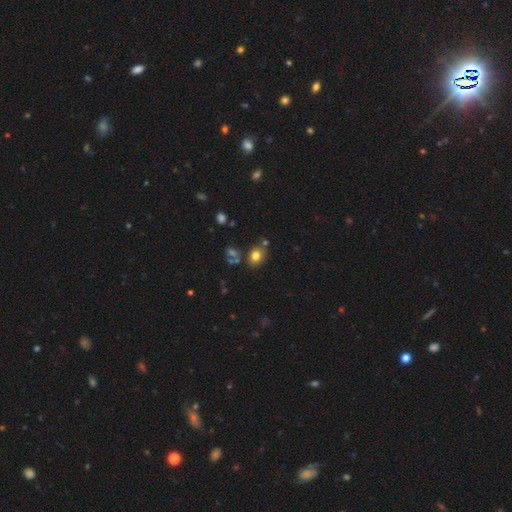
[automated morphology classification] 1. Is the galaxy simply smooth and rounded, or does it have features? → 76% smooth, 13% star or artifact, 11% featured or disk.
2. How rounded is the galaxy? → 50% round, 49% in between, 1% cigar-shaped.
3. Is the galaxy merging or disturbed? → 70% none, 14% minor disturbance, 11% merger, 4% major disturbance.